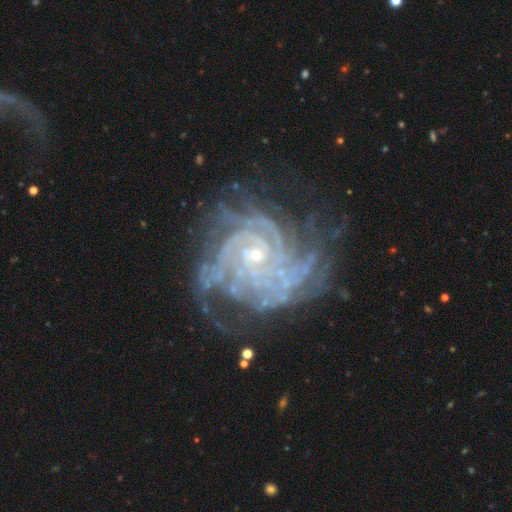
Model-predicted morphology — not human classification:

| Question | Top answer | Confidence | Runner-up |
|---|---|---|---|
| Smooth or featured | featured or disk | 90% | star or artifact (7%) |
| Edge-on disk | no | 98% | yes (2%) |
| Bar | no | 71% | weak (21%) |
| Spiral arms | yes | 98% | no (2%) |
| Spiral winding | tight | 76% | medium (20%) |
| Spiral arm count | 4 | 21% | tied: more than 4 (21%) |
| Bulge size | small | 83% | moderate (12%) |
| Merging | none | 61% | minor disturbance (22%) |